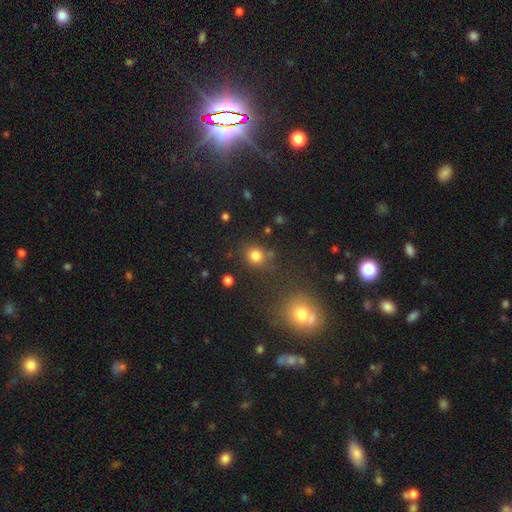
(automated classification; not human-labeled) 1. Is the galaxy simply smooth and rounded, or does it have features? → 79% smooth, 15% star or artifact, 6% featured or disk.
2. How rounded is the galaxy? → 82% round, 17% in between, 1% cigar-shaped.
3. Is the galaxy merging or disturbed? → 74% none, 11% minor disturbance, 10% merger, 5% major disturbance.